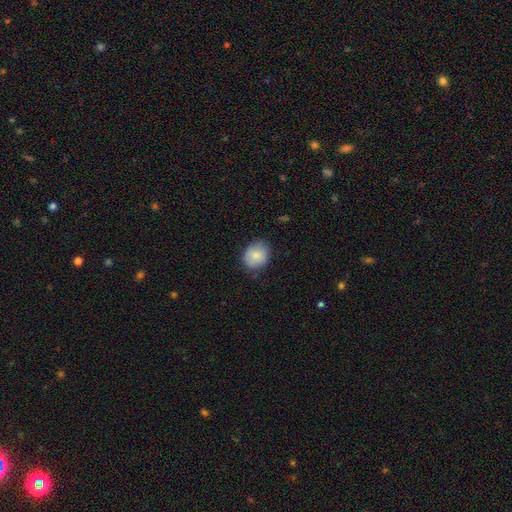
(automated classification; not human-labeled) Smooth or featured: smooth — 85% (featured or disk — 8%)
How rounded: round — 63% (in between — 36%)
Merging: none — 79% (minor disturbance — 17%)